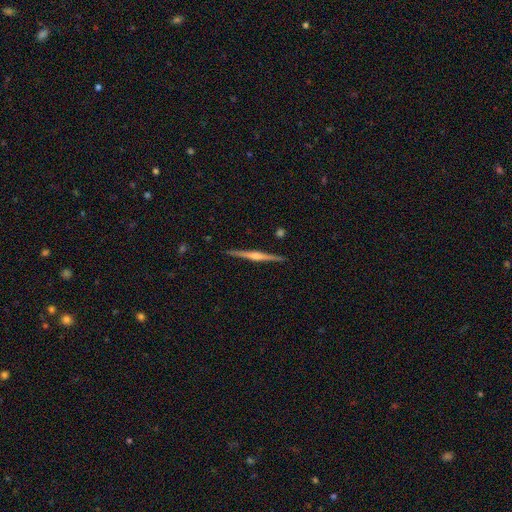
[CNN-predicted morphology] The model was most divided on "edge-on bulge": rounded: 83%, boxy: 10%, none: 7%. More confident: edge-on disk — yes (99%); merging — none (93%); smooth or featured — featured or disk (84%).